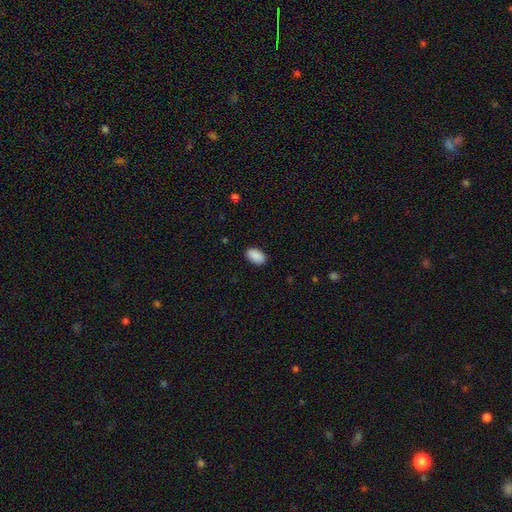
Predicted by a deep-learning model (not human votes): smooth_or_featured: smooth (p=0.90) [alt: star or artifact p=0.07]
how_rounded: in between (p=0.93) [alt: round p=0.06]
merging: none (p=0.89) [alt: minor disturbance p=0.08]